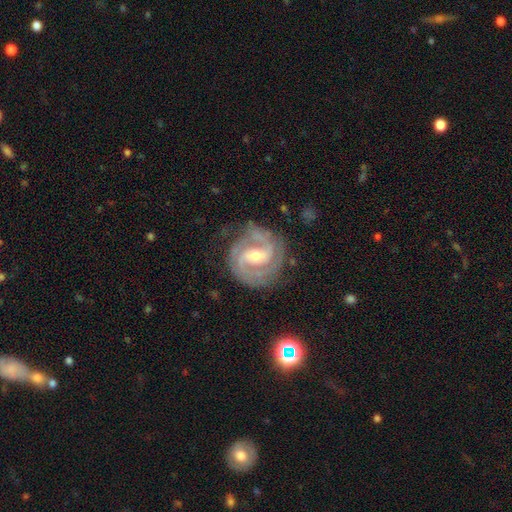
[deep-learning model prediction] Smooth or featured? Predicted: featured or disk (p=0.90). Edge-on disk? Predicted: no (p=0.98). Bar? Predicted: weak (p=0.48). Spiral arms? Predicted: yes (p=0.98). Spiral winding? Predicted: tight (p=0.56). Spiral arm count? Predicted: 2 (p=0.67). Bulge size? Predicted: moderate (p=0.57). Merging? Predicted: none (p=0.76).